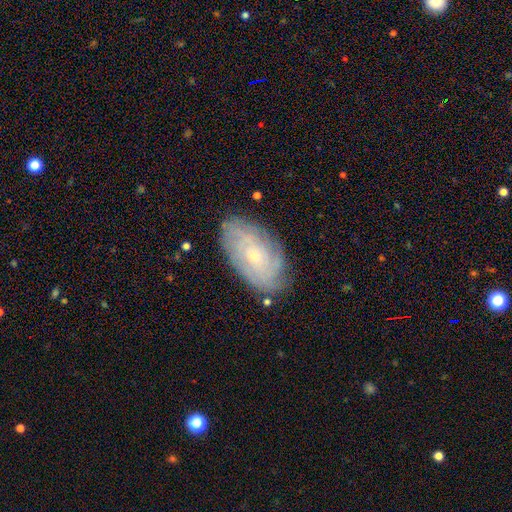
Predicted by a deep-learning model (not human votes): Q: Smooth or featured?
A: featured or disk (61%); runner-up: smooth (26%)
Q: Edge-on disk?
A: no (93%); runner-up: yes (7%)
Q: Bar?
A: no (73%); runner-up: weak (22%)
Q: Spiral arms?
A: yes (87%); runner-up: no (13%)
Q: Bulge size?
A: small (66%); runner-up: moderate (29%)
Q: Merging?
A: none (82%); runner-up: minor disturbance (13%)